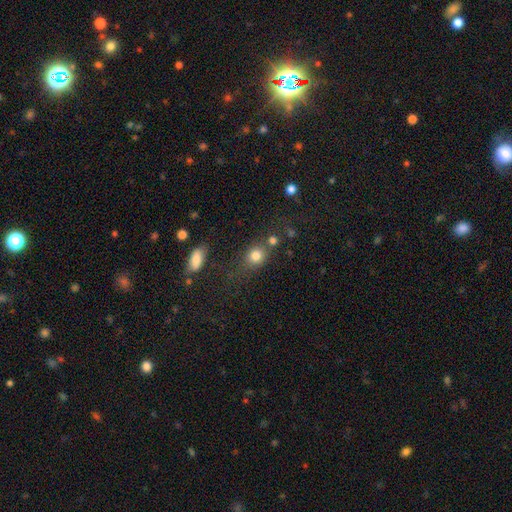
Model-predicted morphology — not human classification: Smooth or featured? smooth (80%)
How rounded? round (65%)
Merging? none (60%)